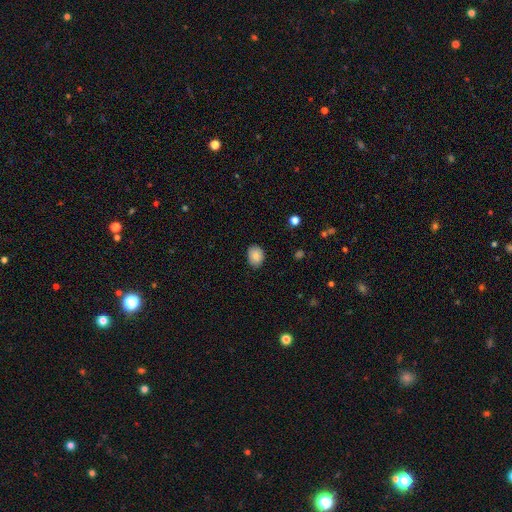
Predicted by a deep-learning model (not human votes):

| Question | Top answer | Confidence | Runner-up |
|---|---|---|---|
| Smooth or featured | smooth | 86% | star or artifact (8%) |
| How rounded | in between | 62% | round (37%) |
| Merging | none | 83% | minor disturbance (14%) |